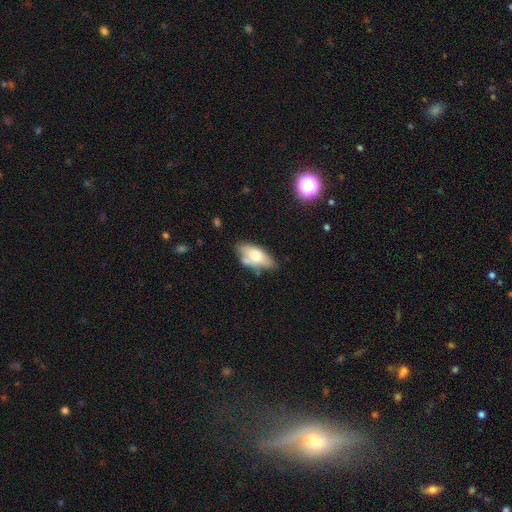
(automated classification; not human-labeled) This is likely a smooth galaxy (64%). How rounded: clearly in between (86%). Merging: possibly none (59%).